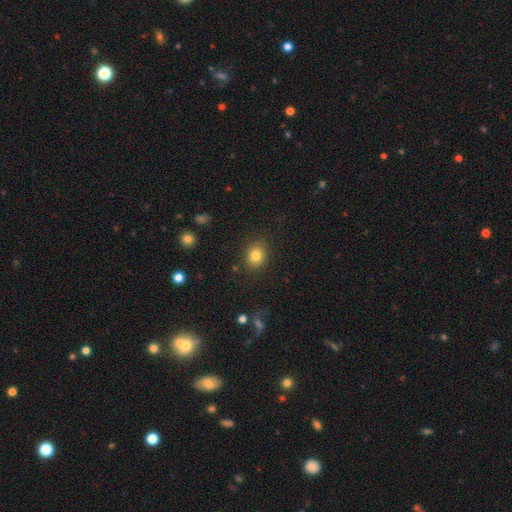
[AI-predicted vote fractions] smooth 82%, star or artifact 11%, featured or disk 7%. Down the decision tree: how rounded — round (54%); merging — none (86%).